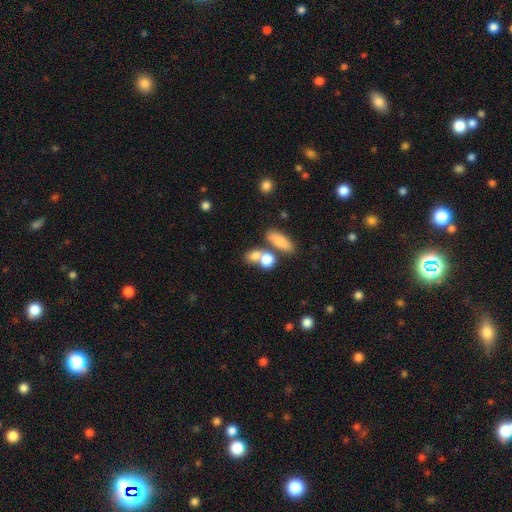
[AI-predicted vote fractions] Overall: smooth (77%). How rounded: in between (52%; round 42%). Merging: merger (43%; none 42%).